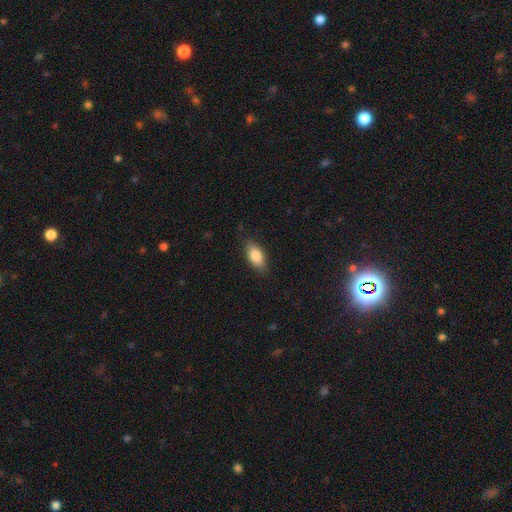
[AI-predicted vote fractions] smooth-or-featured: smooth: 84% | featured or disk: 9% | star or artifact: 7%
  how-rounded: in between: 90% | cigar-shaped: 6% | round: 4%
  merging: none: 81% | minor disturbance: 15% | major disturbance: 3% | merger: 1%